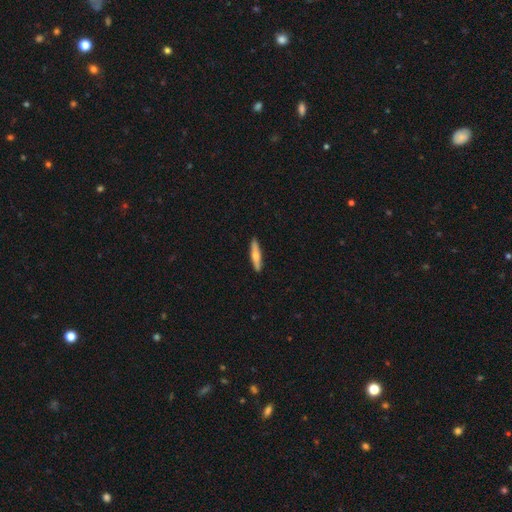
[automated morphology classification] The model was most divided on "smooth or featured": smooth: 57%, featured or disk: 37%, star or artifact: 5%. More confident: merging — none (91%); how rounded — cigar-shaped (86%).